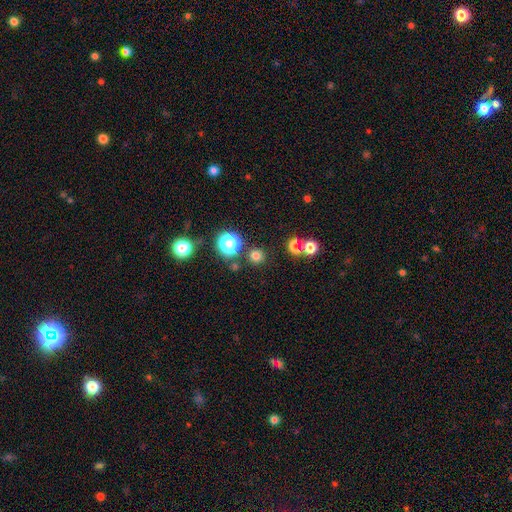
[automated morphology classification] The model was most divided on "smooth or featured": smooth: 73%, star or artifact: 21%, featured or disk: 5%. More confident: how rounded — round (93%); merging — none (84%).